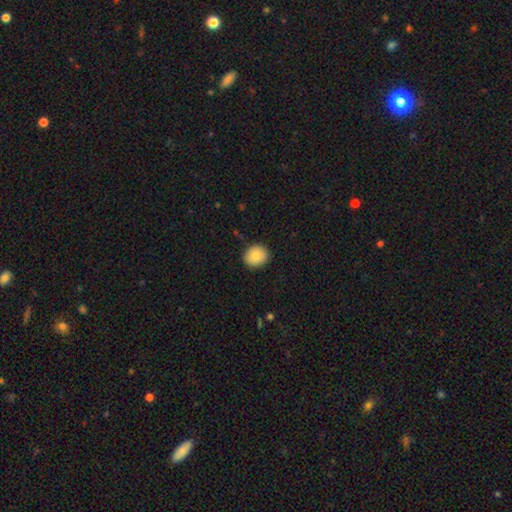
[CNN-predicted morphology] smooth_or_featured: smooth (p=0.85) [alt: star or artifact p=0.08]
how_rounded: round (p=0.69) [alt: in between p=0.30]
merging: none (p=0.88) [alt: minor disturbance p=0.09]